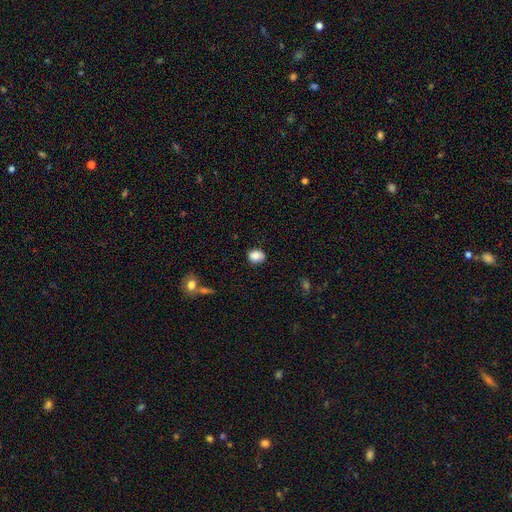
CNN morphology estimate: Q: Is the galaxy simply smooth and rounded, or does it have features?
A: smooth — 84%.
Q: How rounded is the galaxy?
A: round — 50%.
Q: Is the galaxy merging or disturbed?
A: none — 73%.